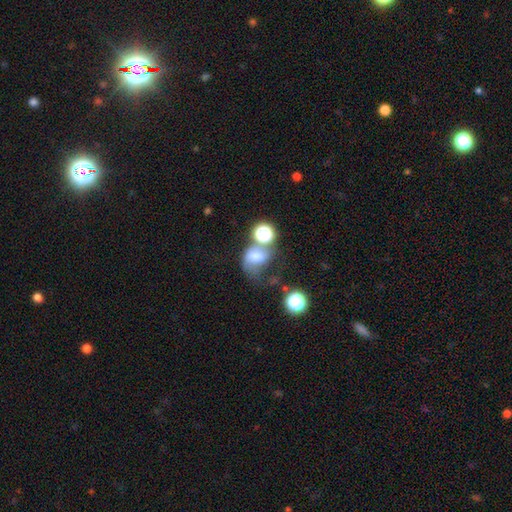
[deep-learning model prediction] This appears to be a smooth galaxy with no disk features (55%) that is in between round and cigar-shaped (52%). Merging: merger (32%).